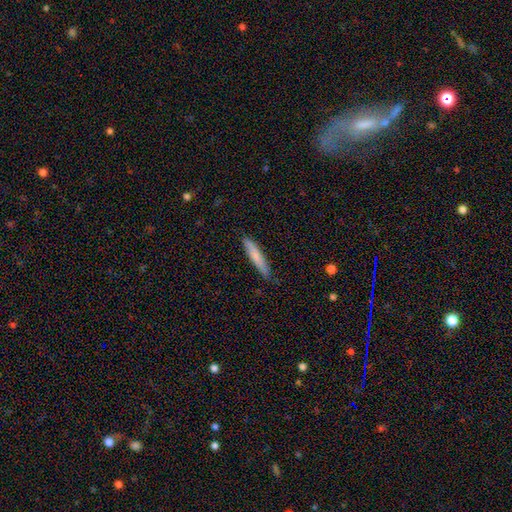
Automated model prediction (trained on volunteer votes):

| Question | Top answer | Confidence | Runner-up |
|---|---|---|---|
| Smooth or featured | smooth | 74% | featured or disk (20%) |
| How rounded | cigar-shaped | 92% | in between (7%) |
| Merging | none | 86% | minor disturbance (11%) |